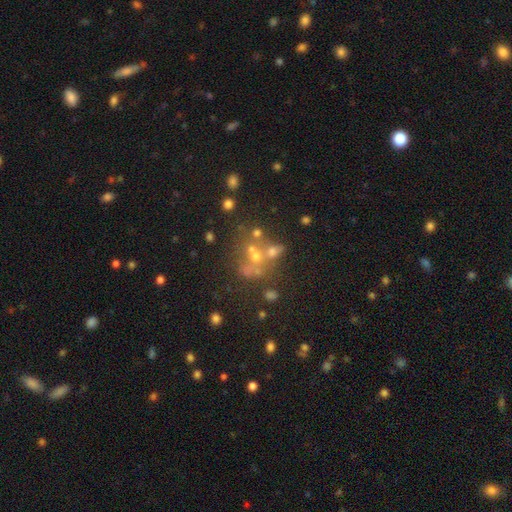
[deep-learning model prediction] smooth_or_featured: featured or disk (p=0.34) [alt: star or artifact p=0.33]
merging: none (p=0.40) [alt: merger p=0.37]